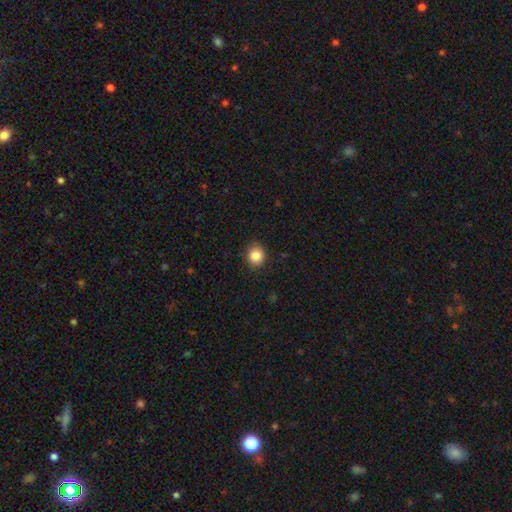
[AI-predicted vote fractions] Morphology: type=smooth (86%); roundness=round (80%); merging=none (86%).